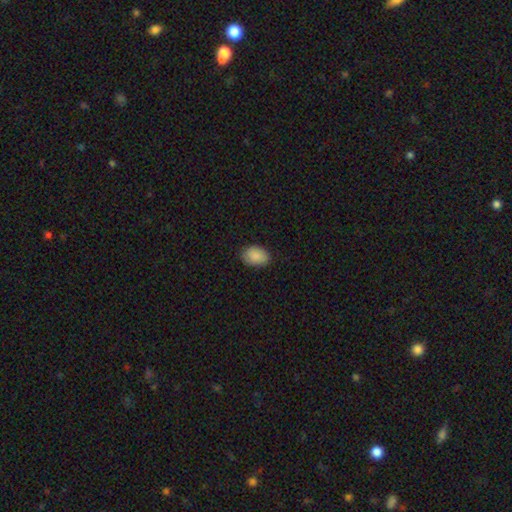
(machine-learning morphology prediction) type=smooth (90%); roundness=in between (82%); merging=none (84%).